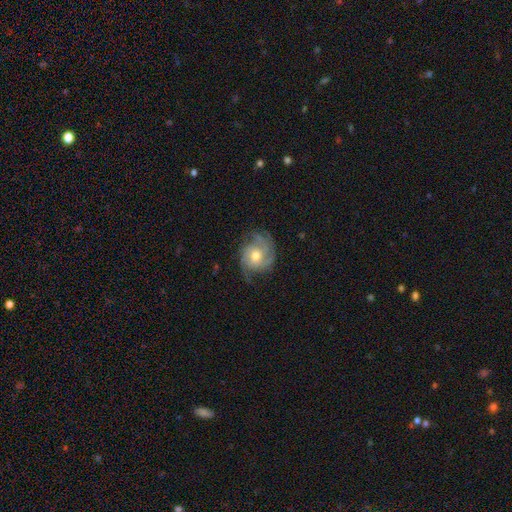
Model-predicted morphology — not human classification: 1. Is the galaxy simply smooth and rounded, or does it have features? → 77% featured or disk, 16% smooth, 6% star or artifact.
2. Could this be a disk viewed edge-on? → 97% no, 3% yes.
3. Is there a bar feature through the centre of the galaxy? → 73% no, 23% weak, 4% strong.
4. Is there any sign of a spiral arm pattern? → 93% yes, 7% no.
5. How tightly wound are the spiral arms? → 45% tight, 38% medium, 16% loose.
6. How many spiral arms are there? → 32% 3, 26% 2, 23% can't tell, 9% 4, 6% 1, 5% more than 4.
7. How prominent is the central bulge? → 71% moderate, 21% small, 7% large, 1% none, 1% dominant.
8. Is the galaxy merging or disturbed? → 65% none, 22% minor disturbance, 12% major disturbance, 1% merger.